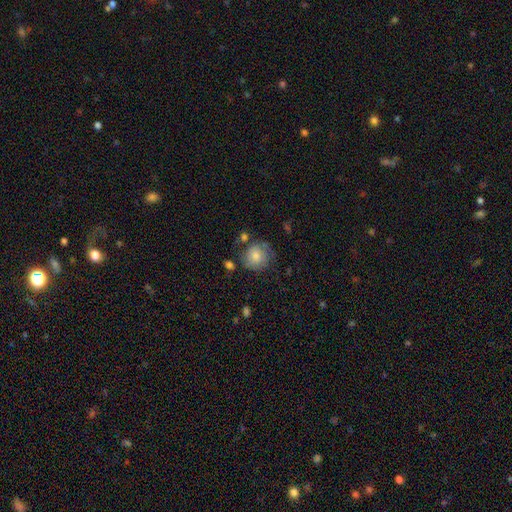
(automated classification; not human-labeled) Overall: smooth (70%). How rounded: round (87%). Merging: none (62%).